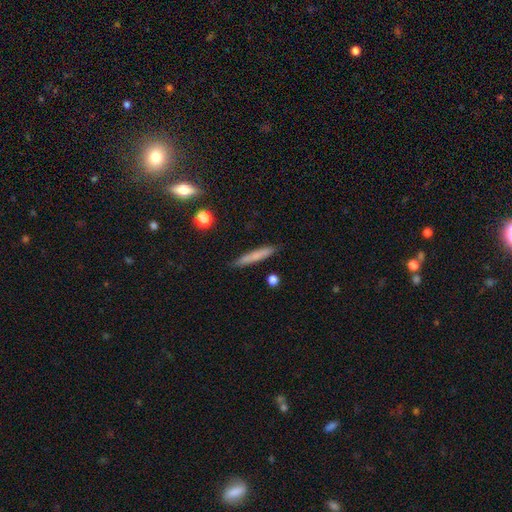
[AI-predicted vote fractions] smooth_or_featured: smooth (p=0.73) [alt: featured or disk p=0.20]
how_rounded: cigar-shaped (p=0.94) [alt: in between p=0.04]
merging: none (p=0.87) [alt: minor disturbance p=0.09]